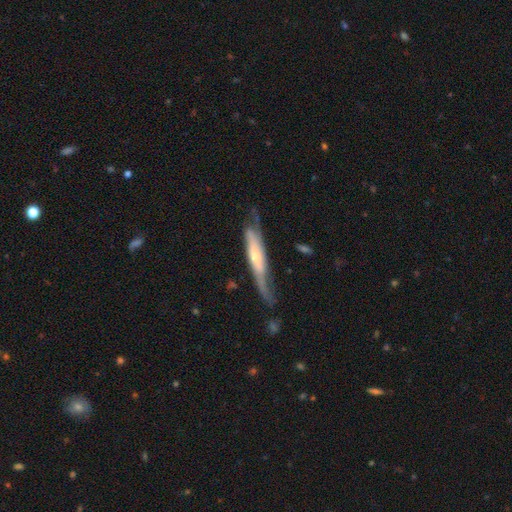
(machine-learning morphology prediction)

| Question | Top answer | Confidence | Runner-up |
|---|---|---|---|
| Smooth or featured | featured or disk | 69% | smooth (26%) |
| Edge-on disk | yes | 57% | no (43%) |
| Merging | none | 54% | minor disturbance (27%) |